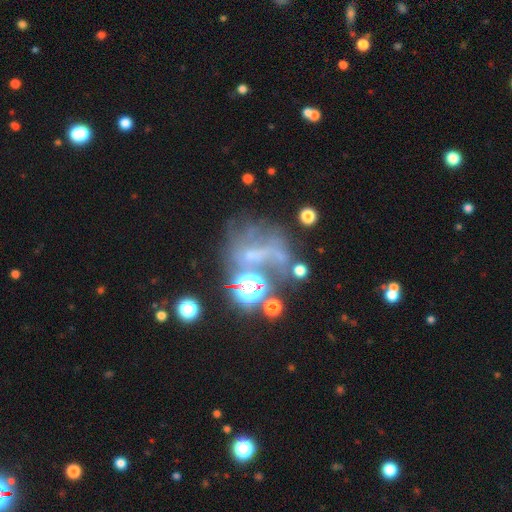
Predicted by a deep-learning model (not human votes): Morphology: type=featured or disk (42%); merging=major disturbance (36%).